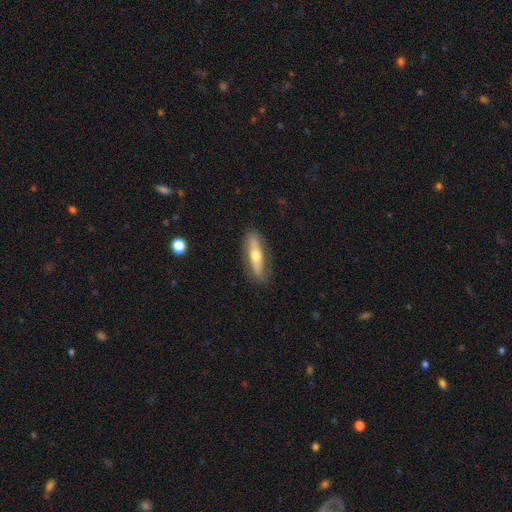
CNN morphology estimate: type=featured or disk (51%); edge-on=yes (60%); merging=none (82%).